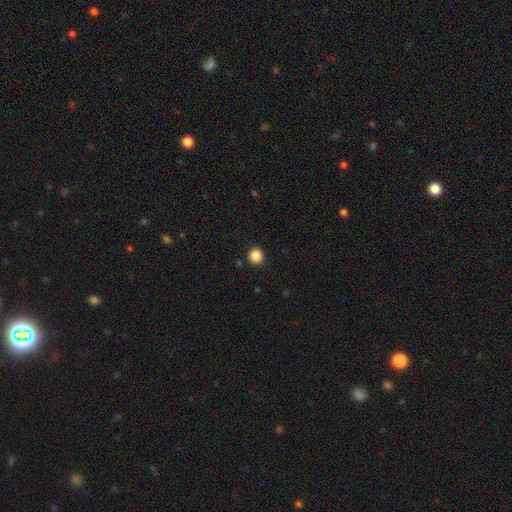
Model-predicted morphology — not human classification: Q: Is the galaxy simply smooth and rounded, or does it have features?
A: smooth — 86%.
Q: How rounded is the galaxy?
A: round — 89%.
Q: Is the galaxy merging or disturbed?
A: none — 91%.